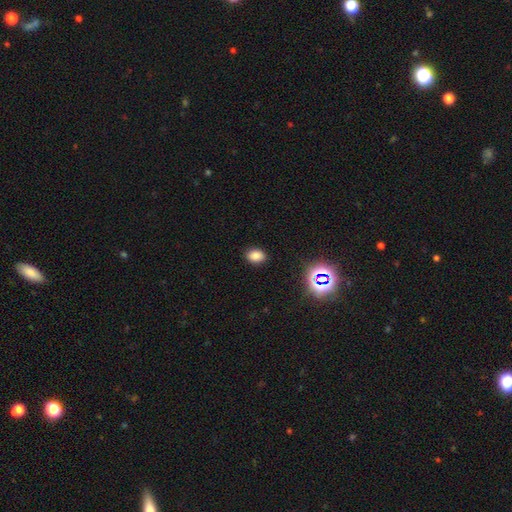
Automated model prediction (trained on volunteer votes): smooth 81%, star or artifact 14%, featured or disk 5%. Down the decision tree: how rounded — in between (76%); merging — none (88%).